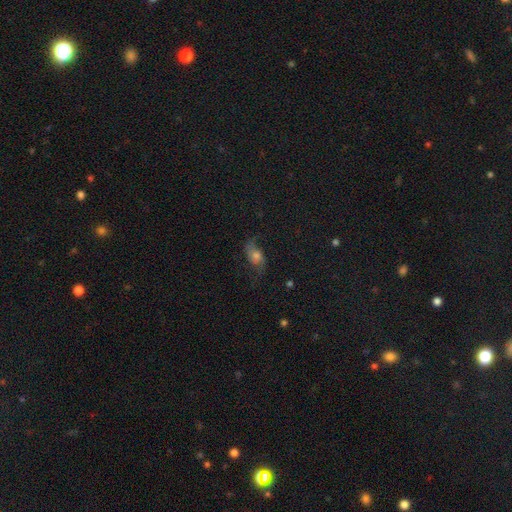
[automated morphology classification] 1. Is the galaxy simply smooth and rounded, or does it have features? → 61% featured or disk, 27% smooth, 12% star or artifact.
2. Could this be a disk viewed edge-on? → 93% no, 7% yes.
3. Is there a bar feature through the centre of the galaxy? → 67% no, 27% weak, 6% strong.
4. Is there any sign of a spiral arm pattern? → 90% yes, 10% no.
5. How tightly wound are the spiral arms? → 74% loose, 20% medium, 5% tight.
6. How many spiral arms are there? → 89% 2, 4% can't tell, 4% 1, 1% 3, 1% 4, 1% more than 4.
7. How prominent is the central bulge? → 51% moderate, 31% small, 11% large, 4% none, 2% dominant.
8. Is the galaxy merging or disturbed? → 65% none, 19% minor disturbance, 14% major disturbance, 2% merger.